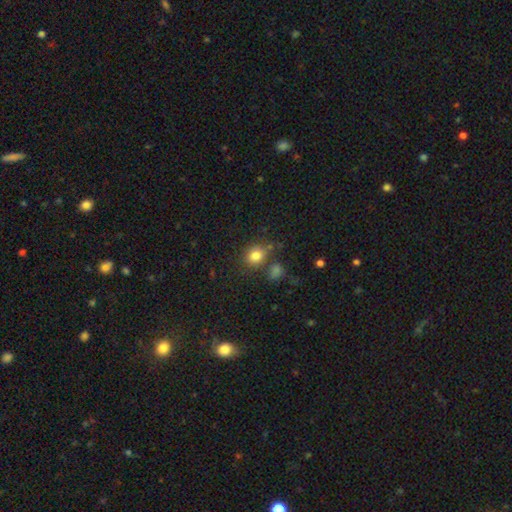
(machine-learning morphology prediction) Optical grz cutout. It shows a smooth galaxy with no disk features (81%) that is round (64%). Merging: none (69%).